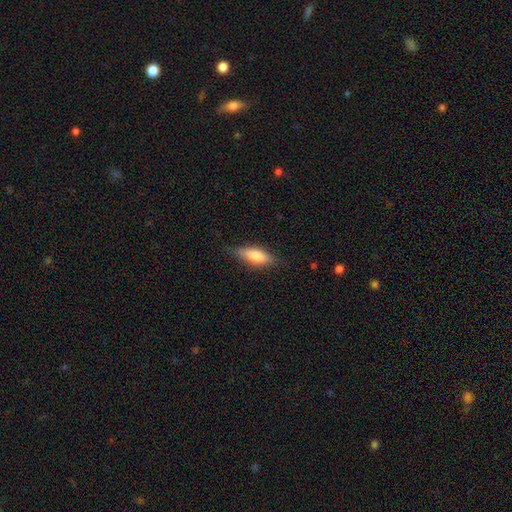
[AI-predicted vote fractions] Smooth or featured: smooth — 74% (featured or disk — 20%)
How rounded: in between — 60% (cigar-shaped — 38%)
Merging: none — 78% (minor disturbance — 17%)